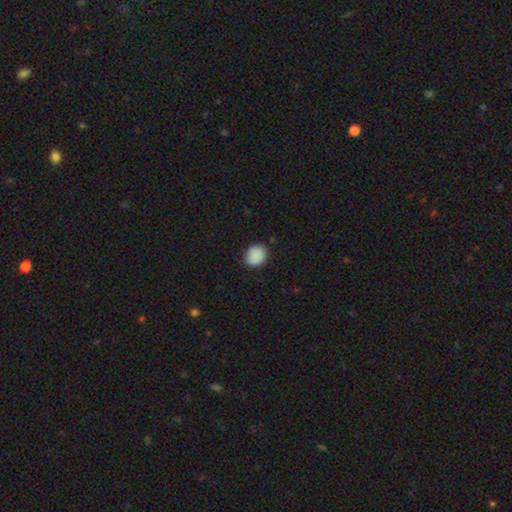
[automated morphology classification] Smooth or featured: smooth — 89% (star or artifact — 8%)
How rounded: round — 72% (in between — 28%)
Merging: none — 84% (minor disturbance — 12%)